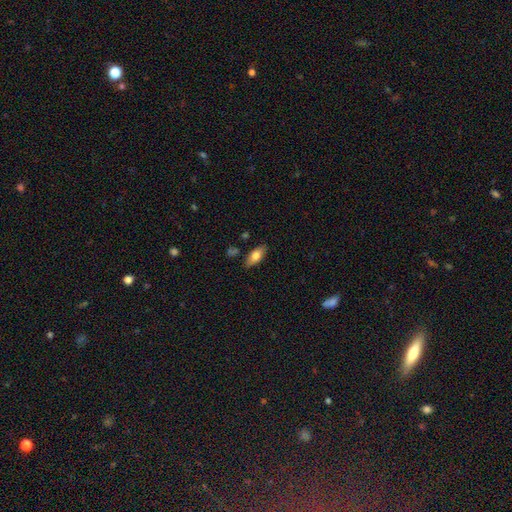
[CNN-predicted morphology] Smooth or featured? Predicted: smooth (p=0.72). How rounded? Predicted: in between (p=0.83). Merging? Predicted: none (p=0.83).